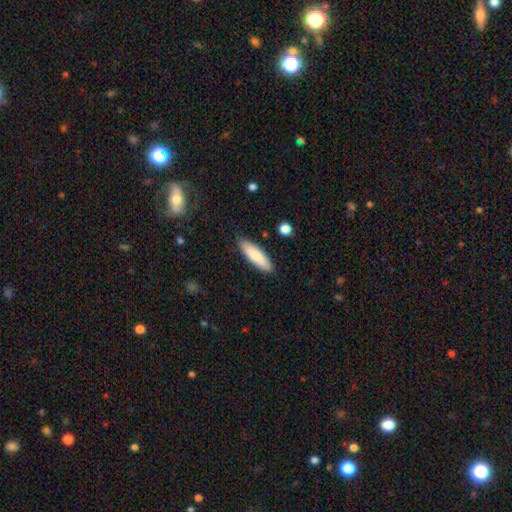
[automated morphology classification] Smooth or featured?
  - smooth: 81% *
  - featured or disk: 13%
  - star or artifact: 6%
How rounded?
  - cigar-shaped: 50% *
  - in between: 49%
  - round: 2%
Merging?
  - none: 86% *
  - minor disturbance: 11%
  - major disturbance: 2%
  - merger: 2%